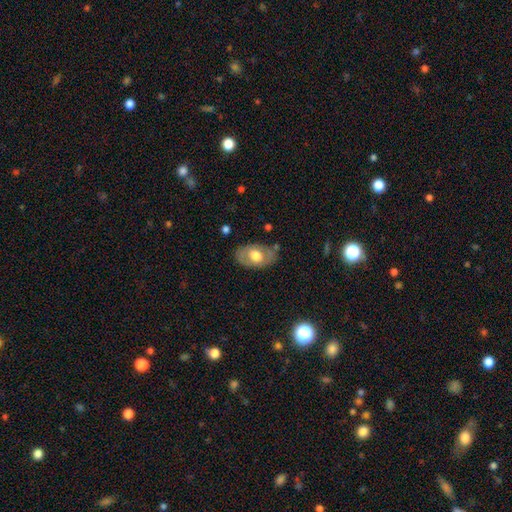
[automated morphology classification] The model was most divided on "smooth or featured": smooth: 53%, featured or disk: 41%, star or artifact: 6%. More confident: how rounded — in between (88%); merging — none (73%).